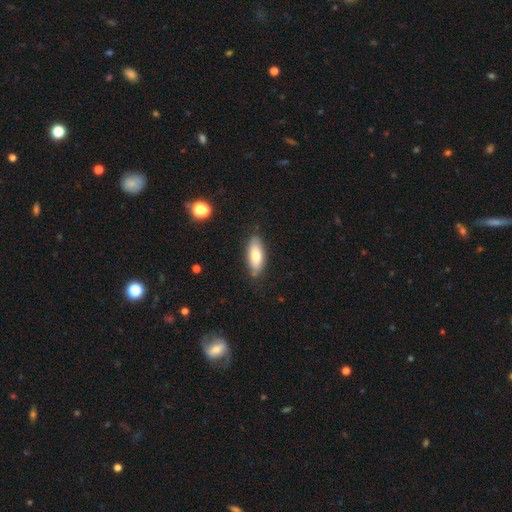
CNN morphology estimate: smooth_or_featured: smooth (p=0.76) [alt: featured or disk p=0.17]
how_rounded: in between (p=0.80) [alt: cigar-shaped p=0.18]
merging: none (p=0.80) [alt: minor disturbance p=0.16]